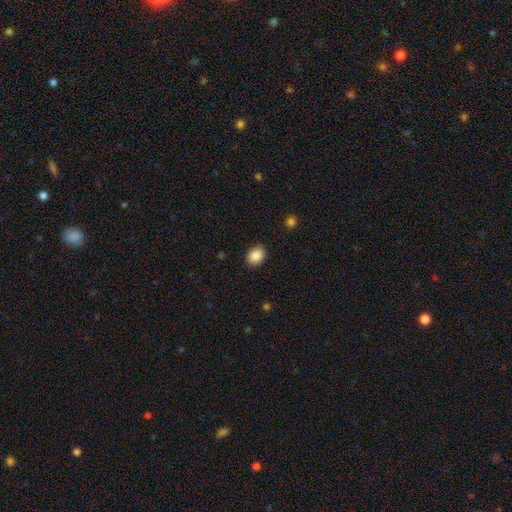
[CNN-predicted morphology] Overall: smooth (88%). How rounded: in between (58%; round 42%). Merging: none (88%).